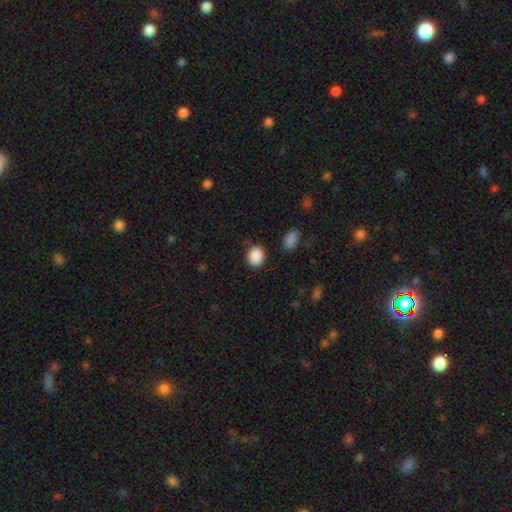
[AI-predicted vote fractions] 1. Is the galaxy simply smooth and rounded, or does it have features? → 89% smooth, 8% star or artifact, 3% featured or disk.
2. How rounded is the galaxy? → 58% round, 41% in between, 1% cigar-shaped.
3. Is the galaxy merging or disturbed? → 82% none, 12% minor disturbance, 3% major disturbance, 3% merger.